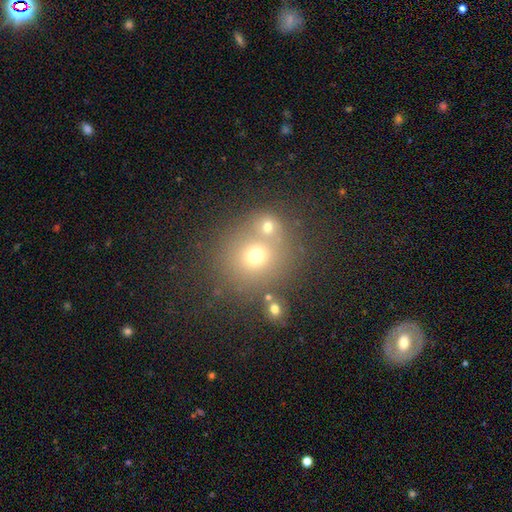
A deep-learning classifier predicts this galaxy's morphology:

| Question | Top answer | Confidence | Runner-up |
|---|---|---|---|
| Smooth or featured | smooth | 65% | star or artifact (19%) |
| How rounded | round | 85% | in between (14%) |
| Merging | none | 54% | merger (34%) |